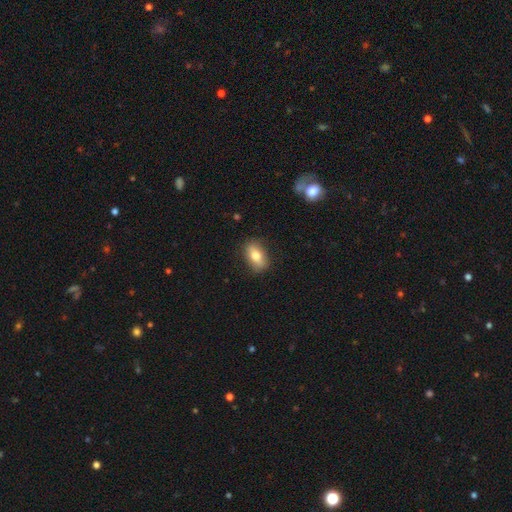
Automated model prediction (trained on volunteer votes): This is likely a smooth galaxy (75%). How rounded: clearly in between (85%). Merging: clearly none (83%).